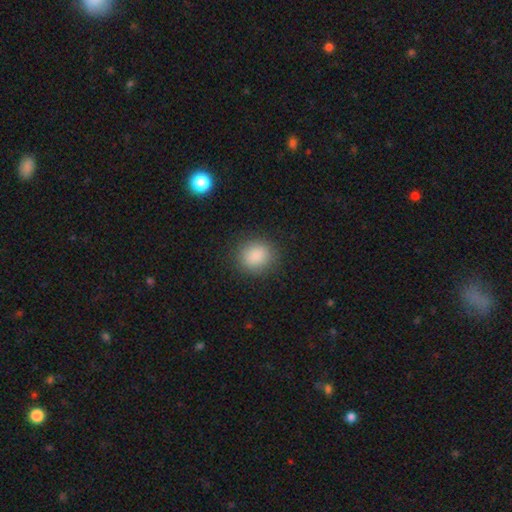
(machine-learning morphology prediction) Overall: smooth (87%). How rounded: round (77%). Merging: none (87%).